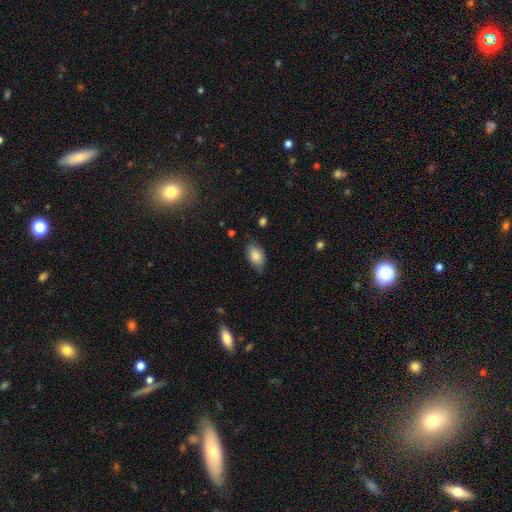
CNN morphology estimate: smooth_or_featured: smooth (p=0.84) [alt: featured or disk p=0.10]
how_rounded: in between (p=0.92) [alt: round p=0.06]
merging: none (p=0.75) [alt: minor disturbance p=0.20]